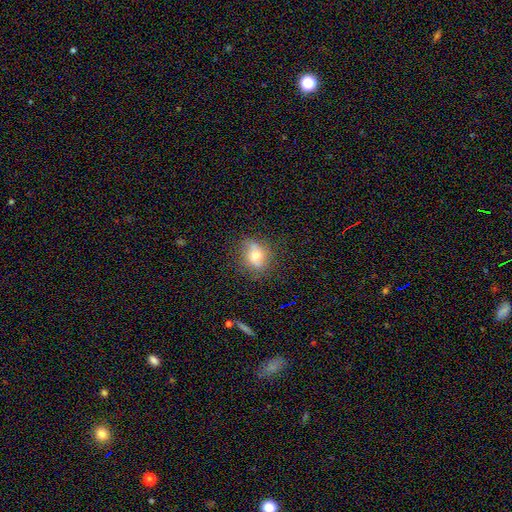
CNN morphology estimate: This appears to be a smooth galaxy with no disk features (62%) that is round (62%). Merging: none (75%).